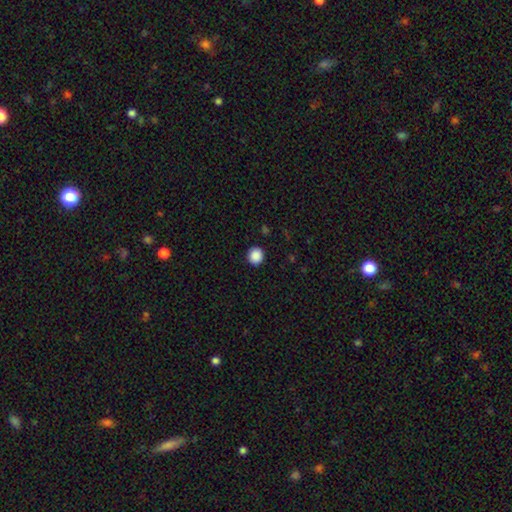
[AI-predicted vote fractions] The model was most divided on "how rounded": round: 89%, in between: 10%, cigar-shaped: 1%. More confident: merging — none (92%); smooth or featured — smooth (89%).